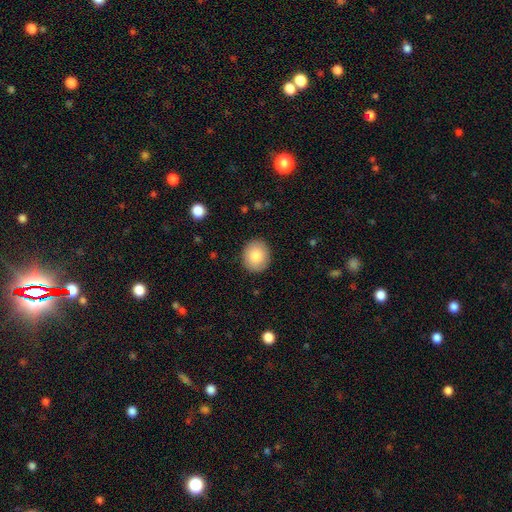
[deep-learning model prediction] A smooth galaxy with no disk features (86%) that is round (73%). Merging: none (90%).